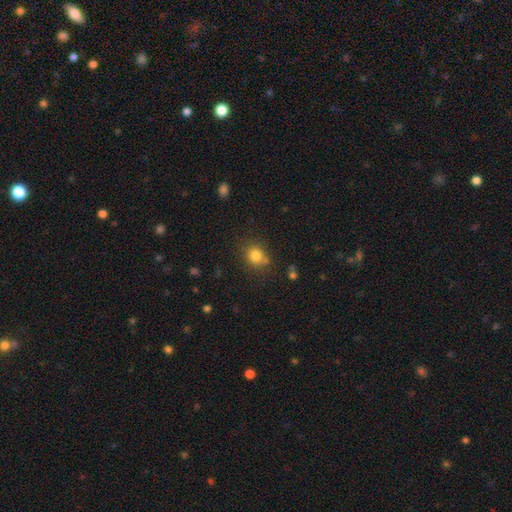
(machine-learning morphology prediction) Smooth or featured? Predicted: smooth (p=0.81). How rounded? Predicted: round (p=0.75). Merging? Predicted: none (p=0.74).